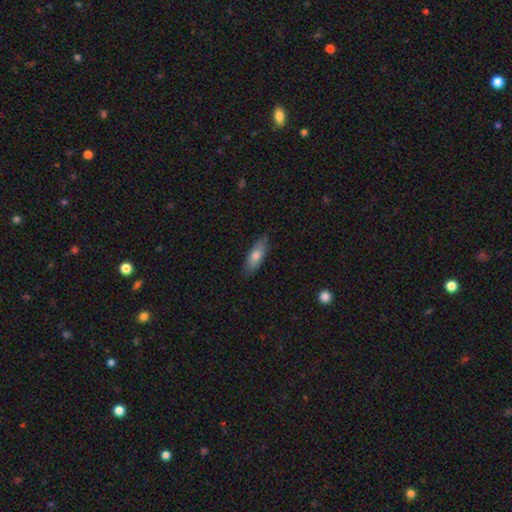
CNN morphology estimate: smooth_or_featured: smooth (p=0.72) [alt: featured or disk p=0.21]
how_rounded: in between (p=0.61) [alt: cigar-shaped p=0.36]
merging: none (p=0.84) [alt: minor disturbance p=0.12]